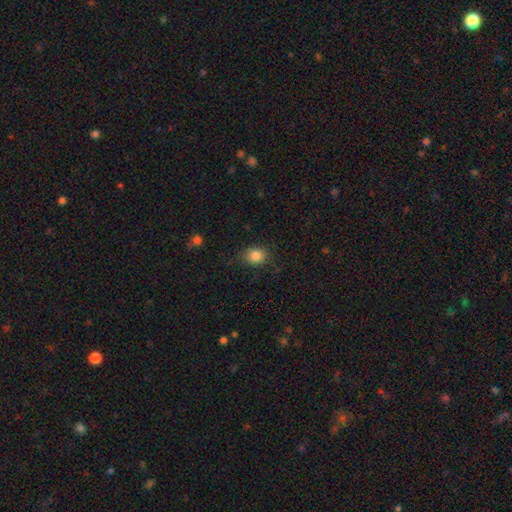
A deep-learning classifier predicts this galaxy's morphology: Smooth or featured?
  - smooth: 84% *
  - star or artifact: 10%
  - featured or disk: 5%
How rounded?
  - round: 62% *
  - in between: 37%
  - cigar-shaped: 1%
Merging?
  - none: 80% *
  - minor disturbance: 14%
  - major disturbance: 4%
  - merger: 1%